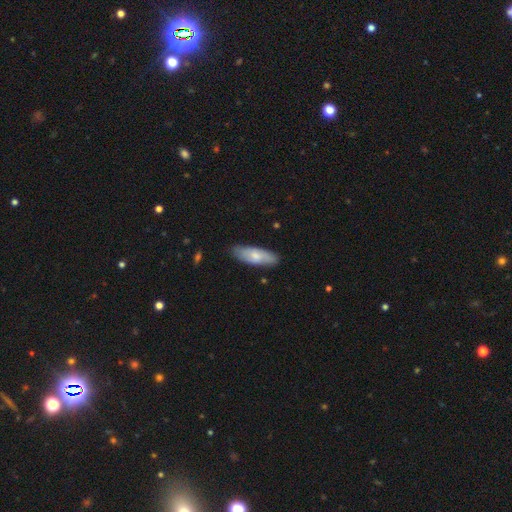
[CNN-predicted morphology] This appears to be a smooth galaxy with no disk features (69%) that is in between round and cigar-shaped (64%). Merging: none (81%).